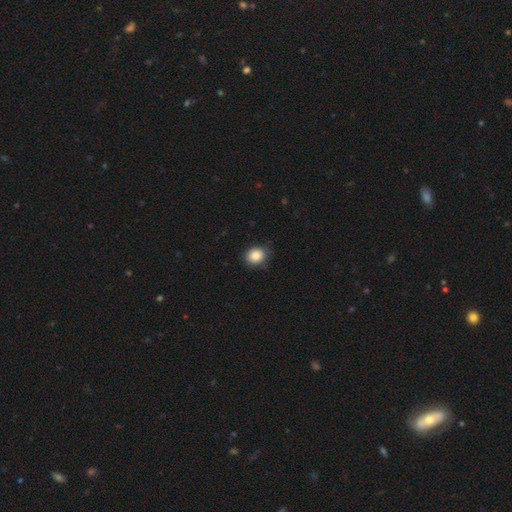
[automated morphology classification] type=smooth (87%); roundness=round (62%); merging=none (81%).